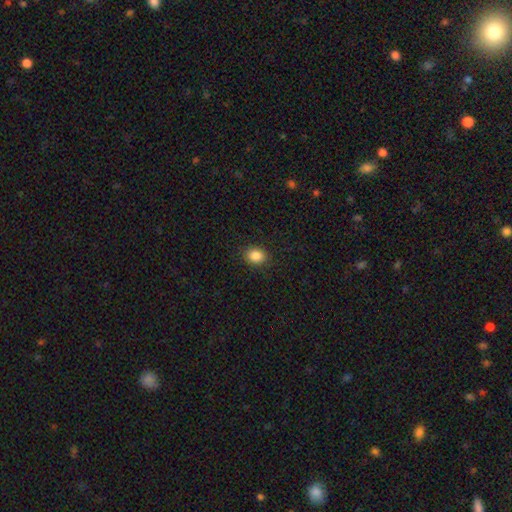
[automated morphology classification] Smooth or featured? Predicted: smooth (p=0.87). How rounded? Predicted: in between (p=0.51). Merging? Predicted: none (p=0.89).